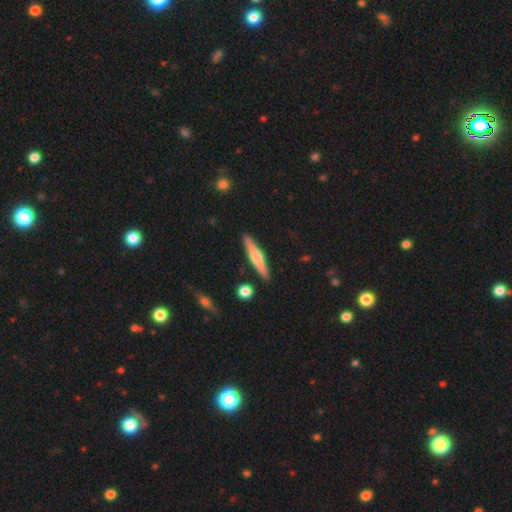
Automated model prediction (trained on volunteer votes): A featured or disk galaxy (59%) viewed edge-on (97%) with a rounded central bulge (82%).

Vote fractions:
- Smooth or featured? featured or disk: 59% / smooth: 36% / star or artifact: 6%
- Edge-on disk? yes: 97% / no: 3%
- Edge-on bulge? rounded: 82% / boxy: 11% / none: 7%
- Merging? none: 89% / minor disturbance: 7% / merger: 2% / major disturbance: 2%